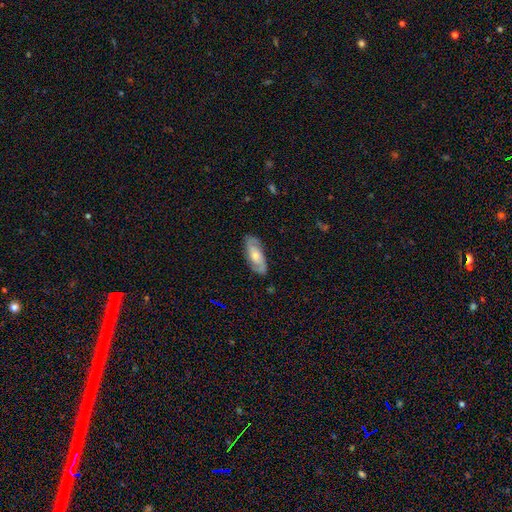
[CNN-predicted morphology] smooth_or_featured: featured or disk (p=0.70) [alt: smooth p=0.24]
disk_edge_on: no (p=0.91) [alt: yes p=0.09]
bar: no (p=0.60) [alt: weak p=0.31]
has_spiral_arms: yes (p=0.91) [alt: no p=0.09]
spiral_winding: medium (p=0.44) [alt: tight p=0.39]
spiral_arm_count: 2 (p=0.85) [alt: can't tell p=0.09]
bulge_size: moderate (p=0.48) [alt: small p=0.41]
merging: none (p=0.83) [alt: minor disturbance p=0.13]